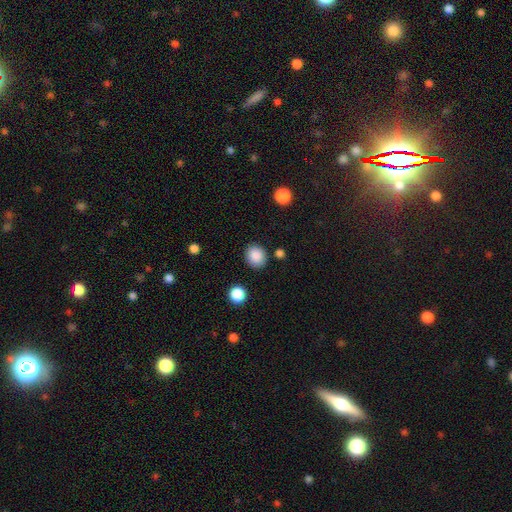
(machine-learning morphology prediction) Smooth or featured: smooth — 87% (star or artifact — 9%)
How rounded: round — 80% (in between — 20%)
Merging: none — 86% (minor disturbance — 9%)